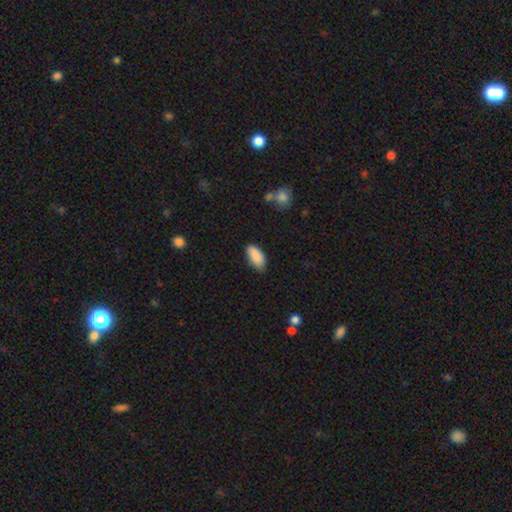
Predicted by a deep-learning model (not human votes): This appears to be a smooth galaxy with no disk features (88%) that is in between round and cigar-shaped (91%). Merging: none (79%).